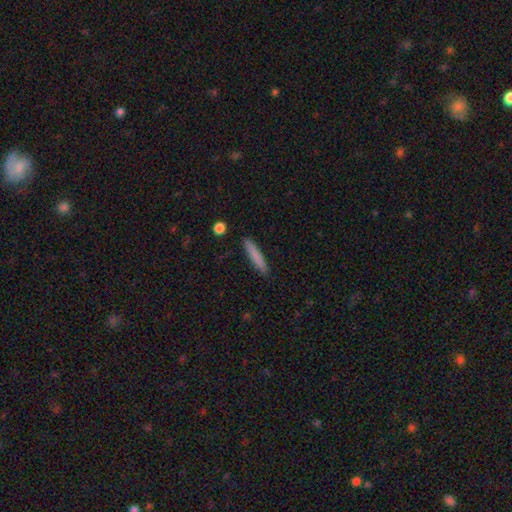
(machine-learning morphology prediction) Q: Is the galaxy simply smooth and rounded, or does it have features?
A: smooth — 81%.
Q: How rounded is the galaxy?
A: cigar-shaped — 93%.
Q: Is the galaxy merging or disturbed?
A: none — 90%.